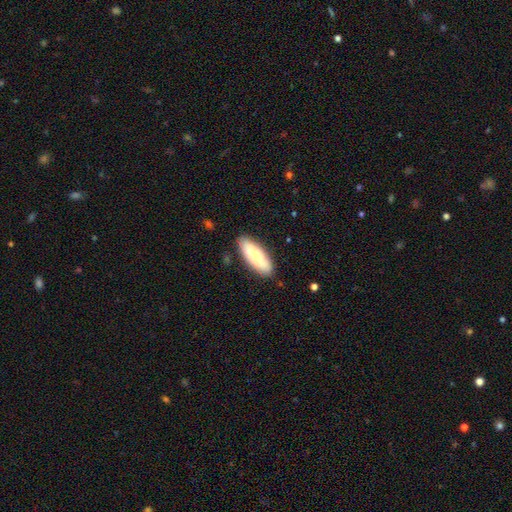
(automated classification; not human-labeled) Overall: smooth (73%). How rounded: in between (65%; cigar-shaped 34%). Merging: none (84%).